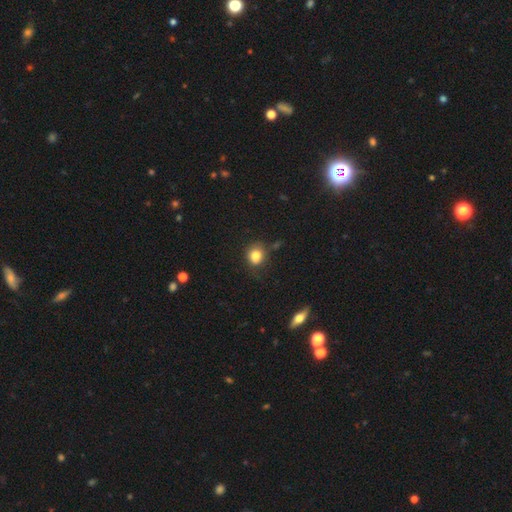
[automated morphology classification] smooth_or_featured: smooth (p=0.82) [alt: star or artifact p=0.11]
how_rounded: round (p=0.69) [alt: in between p=0.30]
merging: none (p=0.70) [alt: minor disturbance p=0.20]